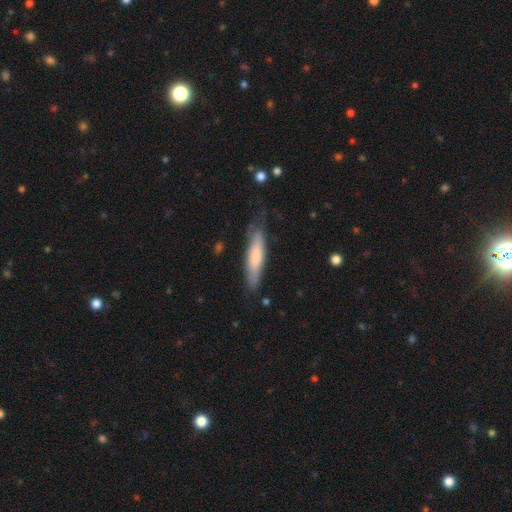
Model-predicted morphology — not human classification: smooth 61%, featured or disk 33%, star or artifact 6%. Down the decision tree: how rounded — cigar-shaped (80%); merging — none (67%).